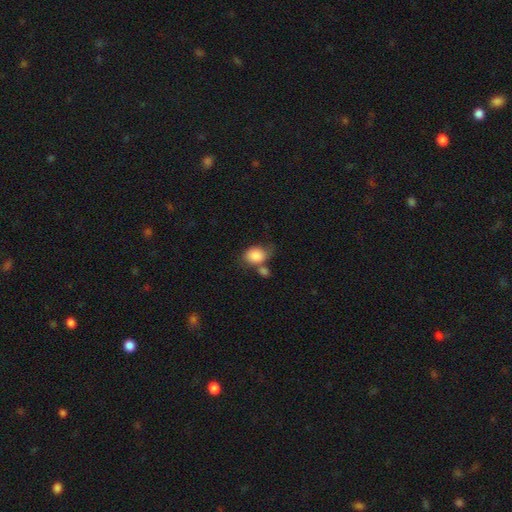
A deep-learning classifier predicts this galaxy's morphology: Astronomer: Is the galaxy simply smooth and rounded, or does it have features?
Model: smooth — 85%.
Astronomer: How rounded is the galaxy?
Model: in between — 63%.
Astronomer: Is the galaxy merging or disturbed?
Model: none — 39% (runner-up: merger, 32%).